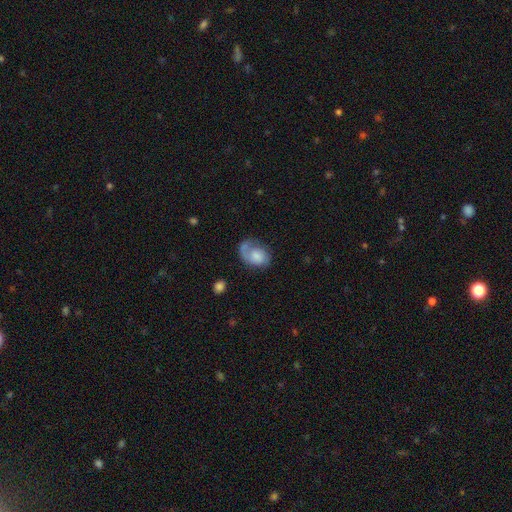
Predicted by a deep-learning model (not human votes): This appears to be a featured or disk galaxy (47%). Merging: none (45%).